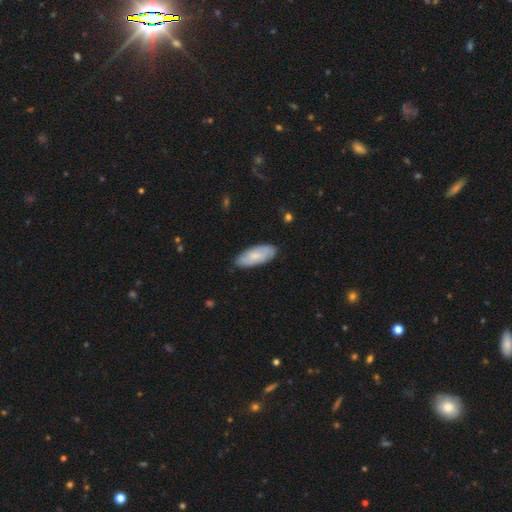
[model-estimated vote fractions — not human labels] Q: Smooth or featured?
A: smooth (66%); runner-up: featured or disk (28%)
Q: How rounded?
A: in between (78%); runner-up: cigar-shaped (20%)
Q: Merging?
A: none (82%); runner-up: minor disturbance (15%)